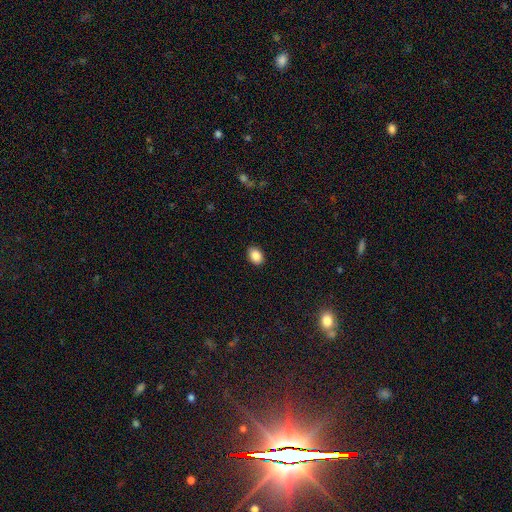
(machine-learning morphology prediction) smooth 88%, star or artifact 8%, featured or disk 4%. Down the decision tree: how rounded — in between (73%); merging — none (90%).